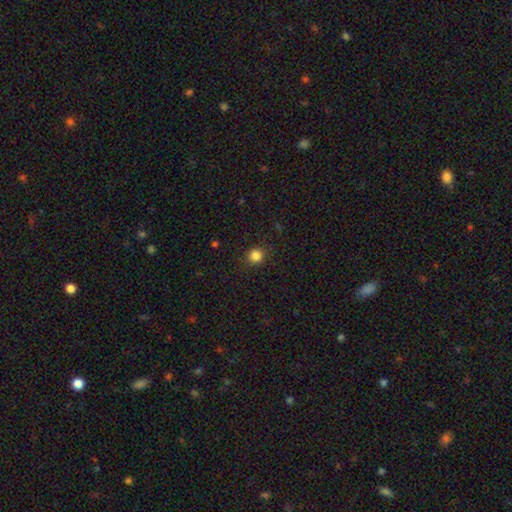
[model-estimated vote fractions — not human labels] smooth_or_featured: smooth (p=0.84) [alt: star or artifact p=0.12]
how_rounded: round (p=0.89) [alt: in between p=0.10]
merging: none (p=0.89) [alt: minor disturbance p=0.07]